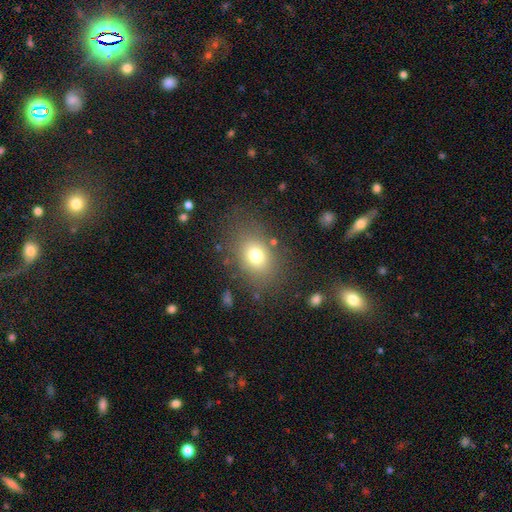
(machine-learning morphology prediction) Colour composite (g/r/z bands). It shows a smooth galaxy with no disk features (74%) that is in between round and cigar-shaped (64%). Merging: none (77%).